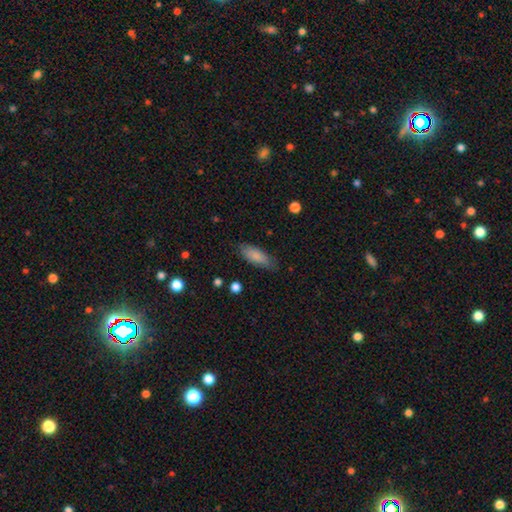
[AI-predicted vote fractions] Smooth or featured? Predicted: smooth (p=0.84). How rounded? Predicted: in between (p=0.69). Merging? Predicted: none (p=0.81).